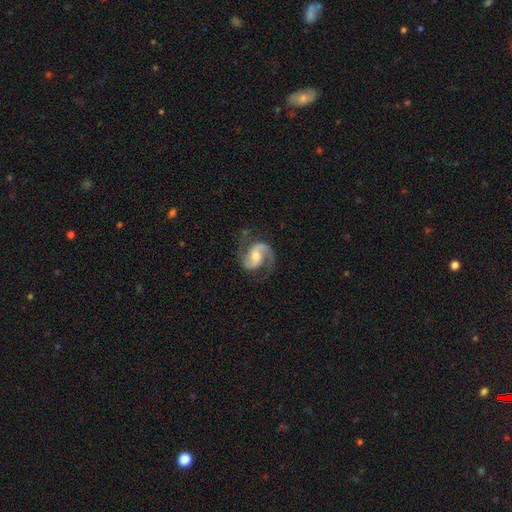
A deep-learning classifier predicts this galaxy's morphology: The model was most divided on "bar": weak: 46%, no: 36%, strong: 17%. More confident: edge-on disk — no (98%); spiral arms — yes (98%); smooth or featured — featured or disk (89%); spiral arm count — 2 (89%); merging — none (73%); bulge size — moderate (59%); spiral winding — medium (57%).